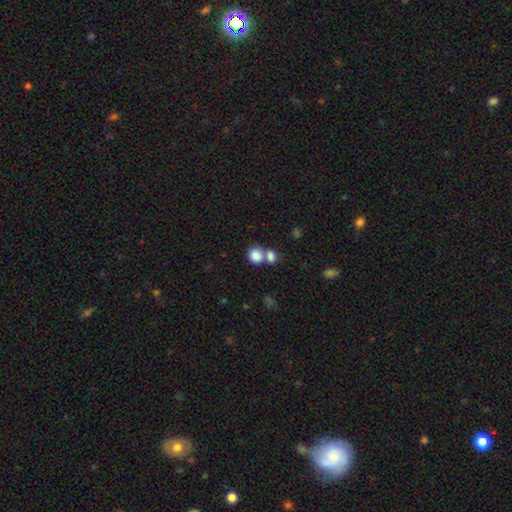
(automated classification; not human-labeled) This is clearly a smooth galaxy (84%). How rounded: likely round (71%). Merging: possibly merger (47%).